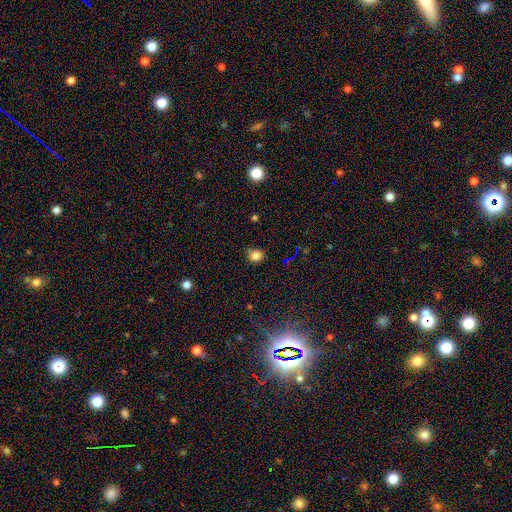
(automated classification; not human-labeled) smooth-or-featured: smooth: 80% | star or artifact: 14% | featured or disk: 6%
  how-rounded: round: 70% | in between: 29% | cigar-shaped: 1%
  merging: none: 75% | minor disturbance: 17% | merger: 5% | major disturbance: 4%